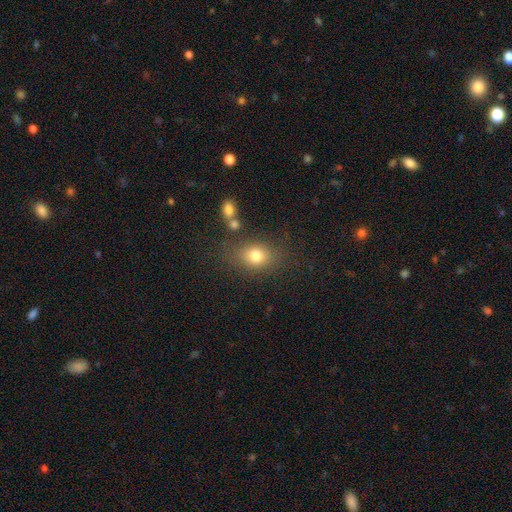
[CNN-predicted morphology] Q: Smooth or featured?
A: smooth (78%); runner-up: star or artifact (12%)
Q: How rounded?
A: in between (58%); runner-up: round (41%)
Q: Merging?
A: none (73%); runner-up: minor disturbance (15%)